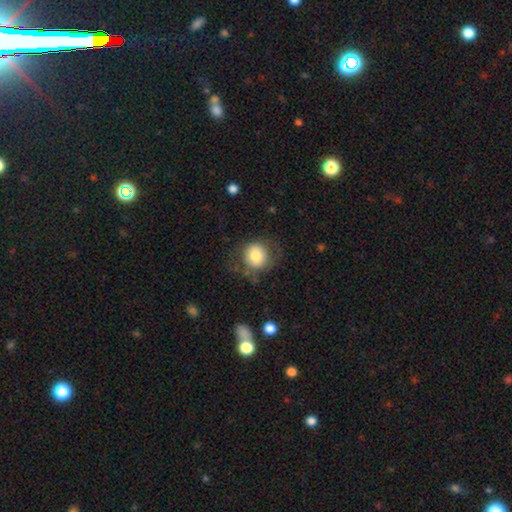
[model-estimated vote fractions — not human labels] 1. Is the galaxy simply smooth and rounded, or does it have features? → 75% smooth, 16% featured or disk, 9% star or artifact.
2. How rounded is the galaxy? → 88% round, 11% in between, 1% cigar-shaped.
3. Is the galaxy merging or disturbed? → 66% none, 20% minor disturbance, 12% major disturbance, 2% merger.